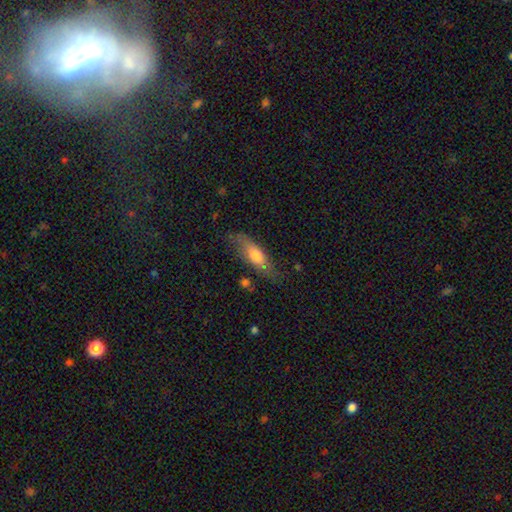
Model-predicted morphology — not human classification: A smooth galaxy with no disk features (64%) that is in between round and cigar-shaped (53%). Merging: none (66%).